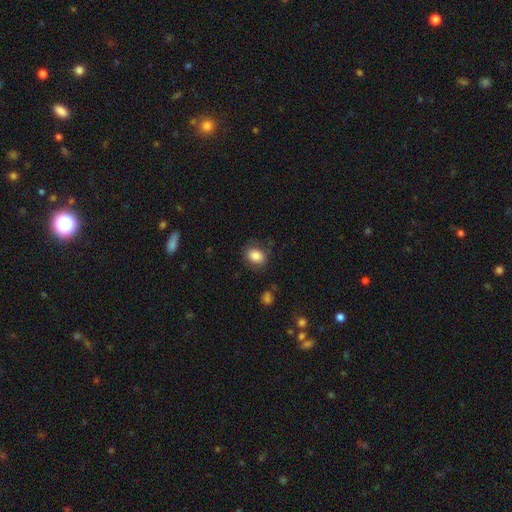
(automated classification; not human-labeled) Smooth or featured?
  - smooth: 85% *
  - star or artifact: 9%
  - featured or disk: 6%
How rounded?
  - in between: 67% *
  - round: 32%
  - cigar-shaped: 1%
Merging?
  - none: 80% *
  - minor disturbance: 14%
  - major disturbance: 4%
  - merger: 2%